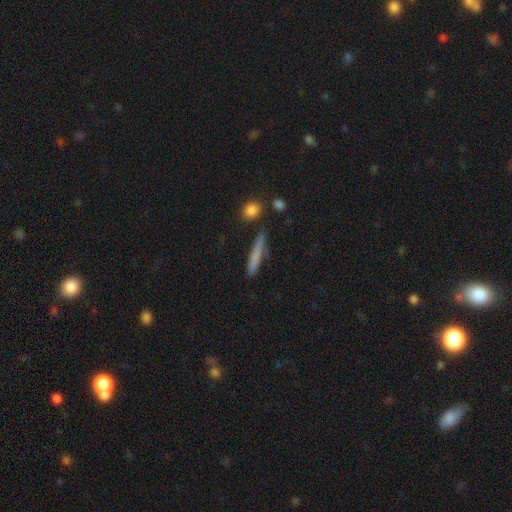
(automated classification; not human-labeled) This appears to be a smooth galaxy with no disk features (70%) that is cigar-shaped (92%). Merging: none (80%).